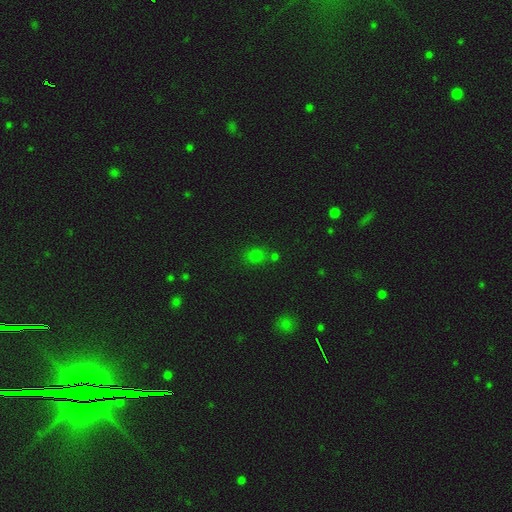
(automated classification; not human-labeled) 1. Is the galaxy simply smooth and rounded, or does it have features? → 69% smooth, 25% star or artifact, 6% featured or disk.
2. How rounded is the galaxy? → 72% round, 26% in between, 1% cigar-shaped.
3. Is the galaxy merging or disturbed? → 68% none, 16% merger, 12% minor disturbance, 4% major disturbance.